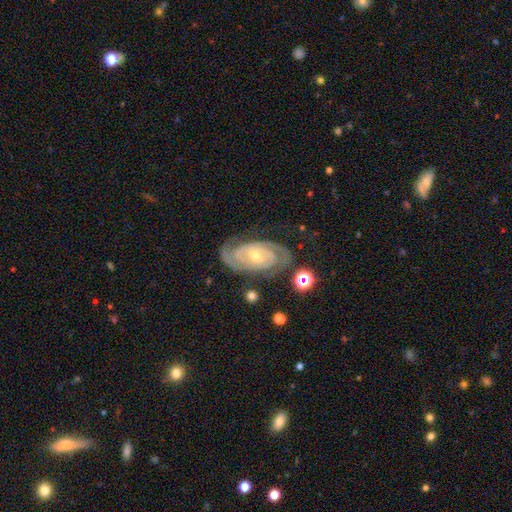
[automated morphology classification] A featured or disk galaxy (90%) with no bar (63%), 2 (82%) tight (77%) spiral arms (98%) and a small central bulge (57%). Merging: none (79%).